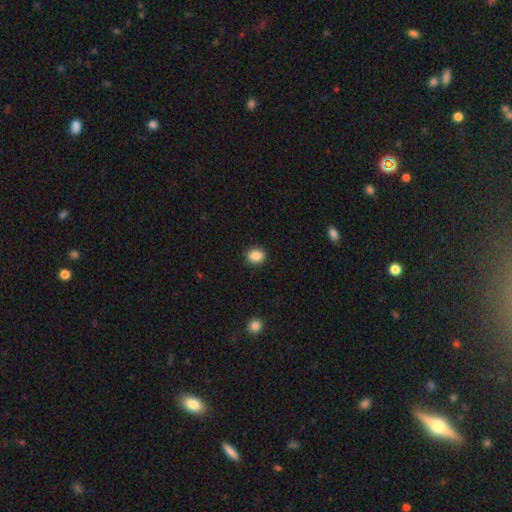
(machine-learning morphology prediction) A smooth galaxy with no disk features (87%) that is round (70%). Merging: none (91%).